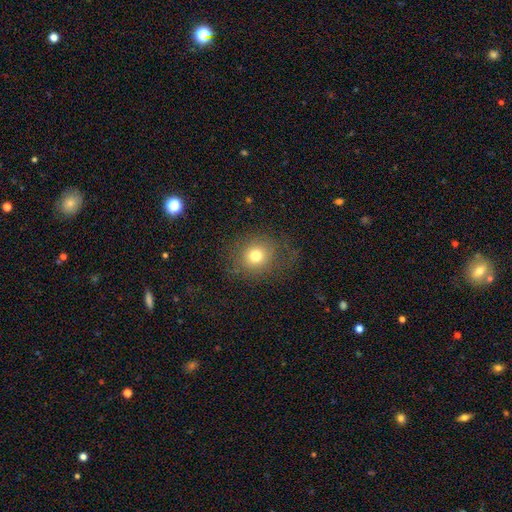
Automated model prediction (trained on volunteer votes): smooth-or-featured: smooth: 74% | star or artifact: 15% | featured or disk: 12%
  how-rounded: round: 79% | in between: 20% | cigar-shaped: 1%
  merging: none: 77% | minor disturbance: 13% | major disturbance: 9% | merger: 1%